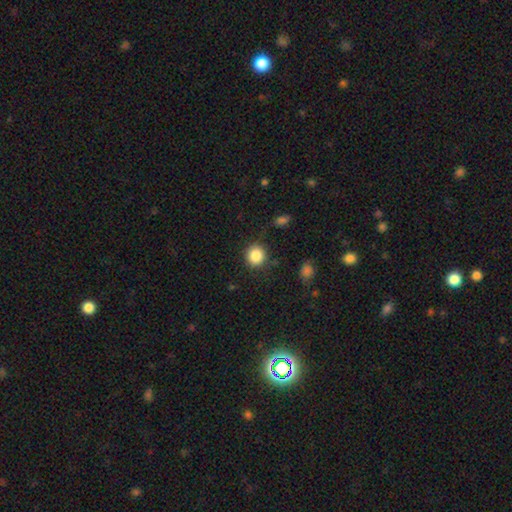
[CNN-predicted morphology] A smooth galaxy with no disk features (86%) that is round (90%).

Vote fractions:
- Smooth or featured? smooth: 86% / star or artifact: 10% / featured or disk: 4%
- How rounded? round: 90% / in between: 9% / cigar-shaped: 1%
- Merging? none: 83% / minor disturbance: 11% / major disturbance: 4% / merger: 2%